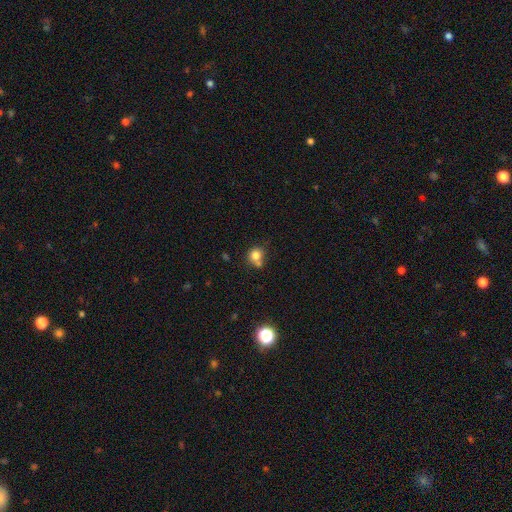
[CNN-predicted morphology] A smooth galaxy with no disk features (79%) that is round (82%).

Vote fractions:
- Smooth or featured? smooth: 79% / star or artifact: 12% / featured or disk: 9%
- How rounded? round: 82% / in between: 17% / cigar-shaped: 1%
- Merging? none: 53% / merger: 25% / minor disturbance: 17% / major disturbance: 6%